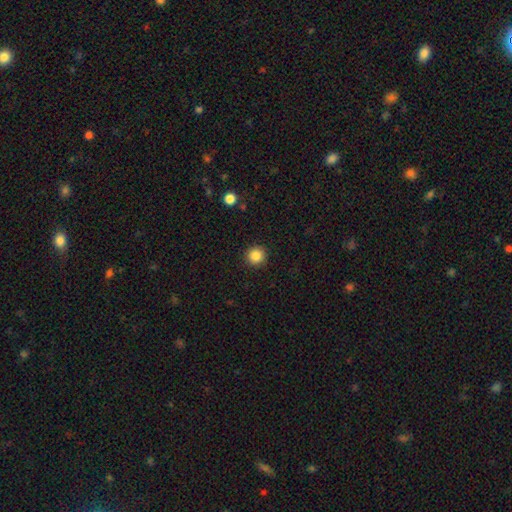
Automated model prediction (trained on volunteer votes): Smooth or featured? Predicted: smooth (p=0.86). How rounded? Predicted: round (p=0.95). Merging? Predicted: none (p=0.93).